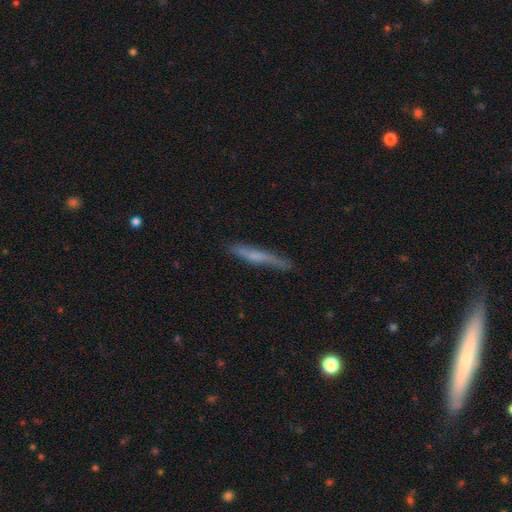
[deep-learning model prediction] This appears to be a smooth galaxy with no disk features (51%) that is cigar-shaped (95%). Merging: none (78%).